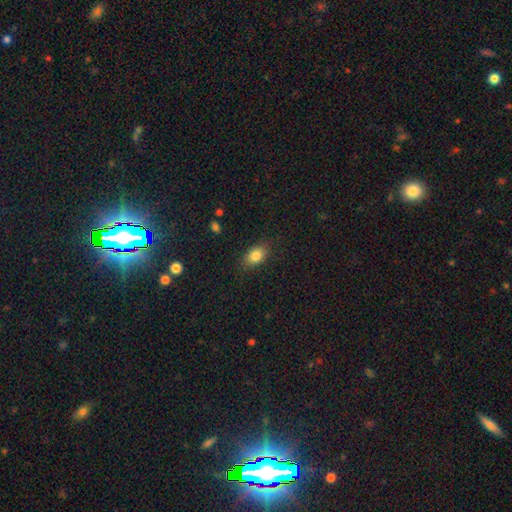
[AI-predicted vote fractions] smooth_or_featured: smooth (p=0.84) [alt: star or artifact p=0.09]
how_rounded: in between (p=0.83) [alt: round p=0.15]
merging: none (p=0.83) [alt: minor disturbance p=0.12]